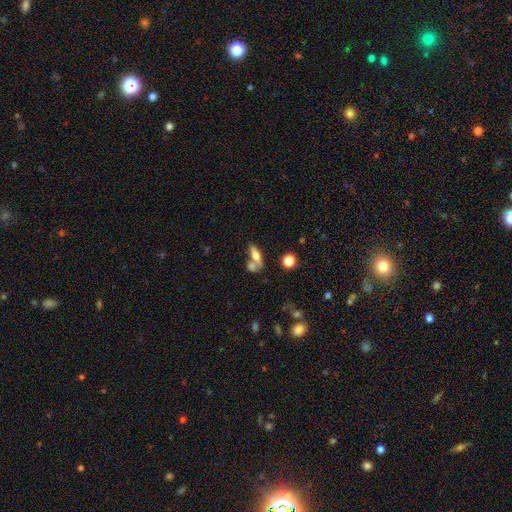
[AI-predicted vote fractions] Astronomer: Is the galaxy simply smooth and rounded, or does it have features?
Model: smooth — 54% (runner-up: featured or disk, 36%).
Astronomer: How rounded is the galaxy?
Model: in between — 55% (runner-up: cigar-shaped, 36%).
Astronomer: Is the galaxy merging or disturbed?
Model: none — 45% (runner-up: merger, 37%).